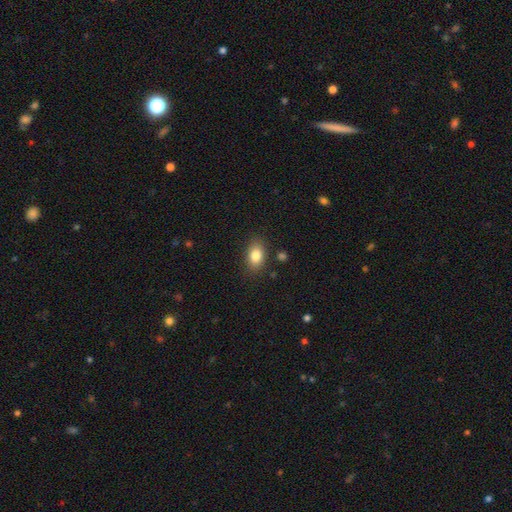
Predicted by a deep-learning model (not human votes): Smooth or featured?
  - smooth: 84% *
  - star or artifact: 9%
  - featured or disk: 8%
How rounded?
  - in between: 85% *
  - round: 13%
  - cigar-shaped: 2%
Merging?
  - none: 84% *
  - minor disturbance: 11%
  - major disturbance: 3%
  - merger: 2%